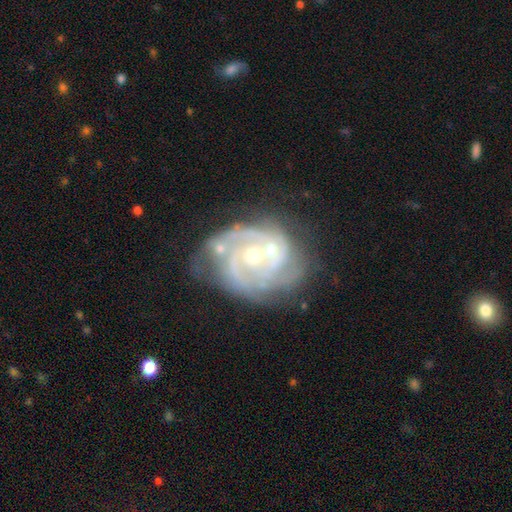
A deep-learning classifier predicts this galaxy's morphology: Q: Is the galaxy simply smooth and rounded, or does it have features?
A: featured or disk — 86%.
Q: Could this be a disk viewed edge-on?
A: no — 98%.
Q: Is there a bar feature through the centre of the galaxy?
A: no — 70%.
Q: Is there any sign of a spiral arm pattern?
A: yes — 94%.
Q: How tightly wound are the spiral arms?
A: tight — 59%.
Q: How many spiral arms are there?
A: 2 — 33%.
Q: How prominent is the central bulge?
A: small — 49%.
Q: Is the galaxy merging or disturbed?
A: none — 46%.